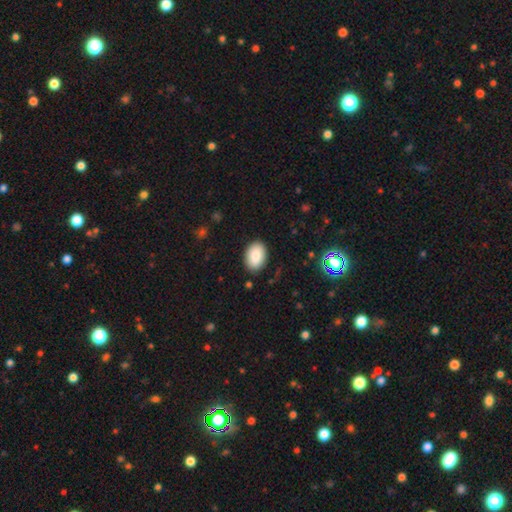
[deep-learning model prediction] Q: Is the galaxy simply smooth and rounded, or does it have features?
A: smooth — 85%.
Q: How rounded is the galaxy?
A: in between — 88%.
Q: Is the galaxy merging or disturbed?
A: none — 87%.